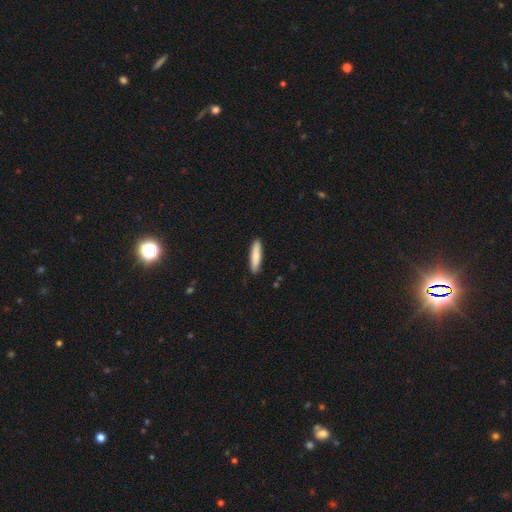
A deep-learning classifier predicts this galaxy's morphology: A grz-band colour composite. It shows a smooth galaxy with no disk features (81%) that is cigar-shaped (81%). Merging: none (89%).